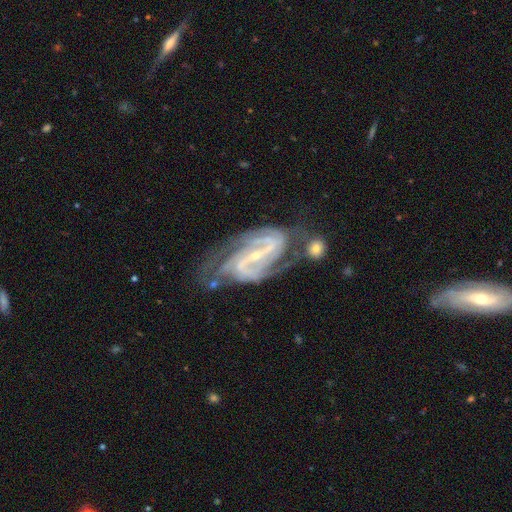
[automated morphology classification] Smooth or featured? Predicted: featured or disk (p=0.92). Edge-on disk? Predicted: no (p=0.97). Bar? Predicted: strong (p=0.61). Spiral arms? Predicted: yes (p=0.98). Spiral winding? Predicted: medium (p=0.47). Spiral arm count? Predicted: 2 (p=0.70). Bulge size? Predicted: small (p=0.79). Merging? Predicted: none (p=0.55).